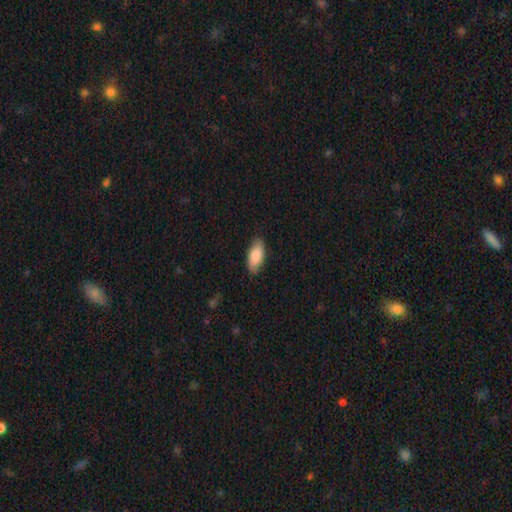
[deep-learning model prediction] Morphology: type=smooth (84%); roundness=in between (89%); merging=none (82%).